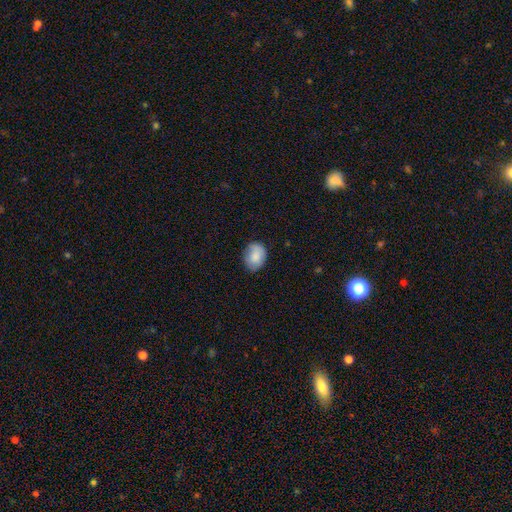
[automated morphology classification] Smooth or featured? Predicted: smooth (p=0.83). How rounded? Predicted: in between (p=0.65). Merging? Predicted: none (p=0.76).